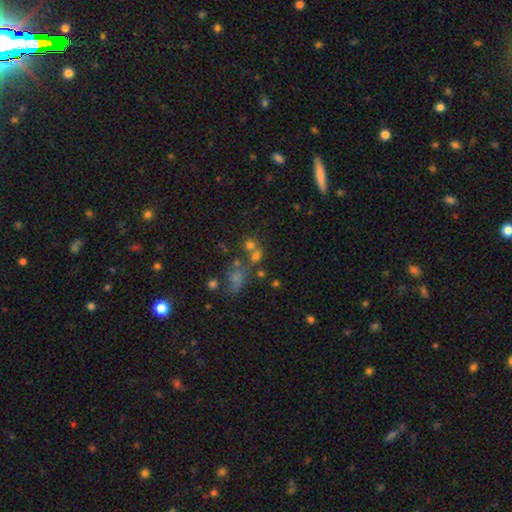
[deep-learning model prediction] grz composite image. It shows a smooth galaxy with no disk features (58%) that is round (69%). Merging: none (44%).